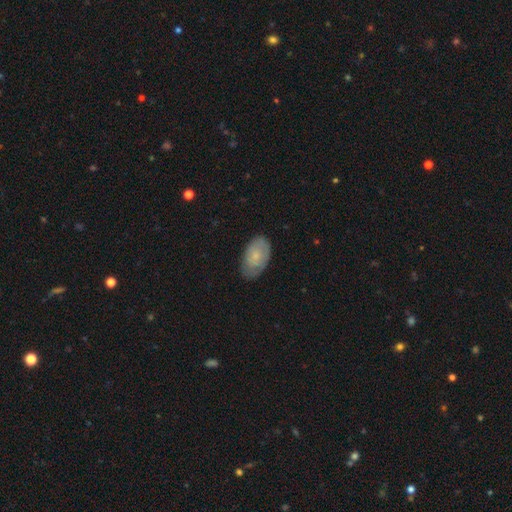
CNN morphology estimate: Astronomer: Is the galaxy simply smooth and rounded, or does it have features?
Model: smooth — 65%.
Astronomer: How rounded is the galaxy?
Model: in between — 93%.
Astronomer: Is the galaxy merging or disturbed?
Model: none — 71%.